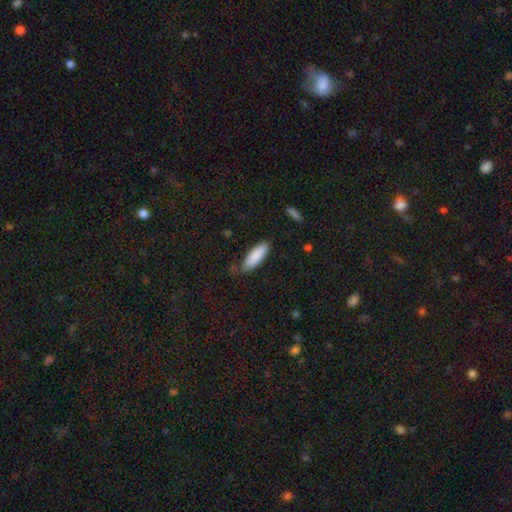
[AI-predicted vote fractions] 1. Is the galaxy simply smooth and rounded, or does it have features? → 87% smooth, 8% featured or disk, 6% star or artifact.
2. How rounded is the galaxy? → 58% in between, 40% cigar-shaped, 1% round.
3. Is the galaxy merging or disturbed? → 75% none, 19% minor disturbance, 4% major disturbance, 2% merger.